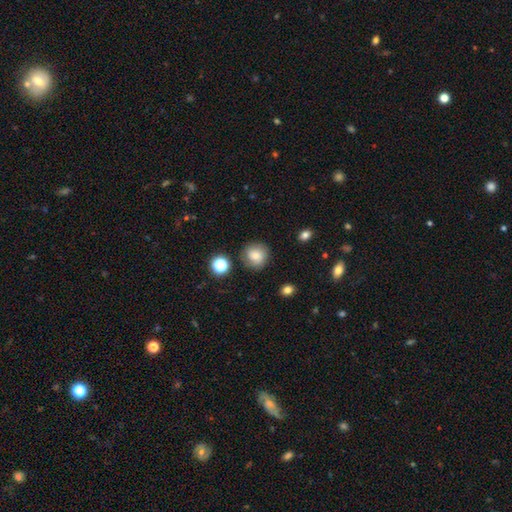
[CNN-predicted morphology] Q: Smooth or featured?
A: smooth (71%); runner-up: featured or disk (17%)
Q: How rounded?
A: round (88%); runner-up: in between (11%)
Q: Merging?
A: none (80%); runner-up: minor disturbance (13%)